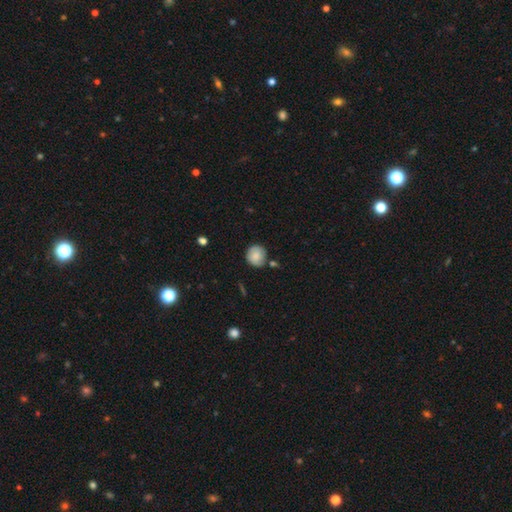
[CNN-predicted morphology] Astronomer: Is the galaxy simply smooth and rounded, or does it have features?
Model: smooth — 81%.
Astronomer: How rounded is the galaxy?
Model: round — 85%.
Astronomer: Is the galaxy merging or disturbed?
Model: none — 74%.